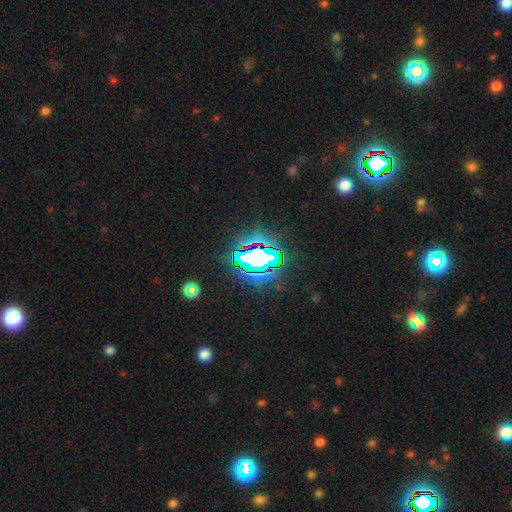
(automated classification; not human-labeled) Morphology: type=star or artifact (73%).